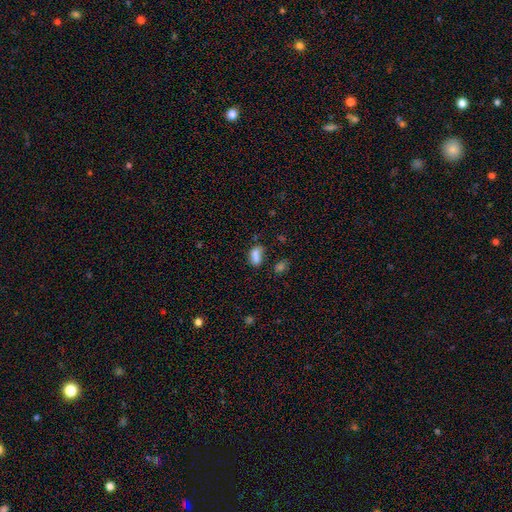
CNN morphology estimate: smooth-or-featured: smooth: 76% | star or artifact: 13% | featured or disk: 12%
  how-rounded: in between: 80% | round: 10% | cigar-shaped: 10%
  merging: none: 45% | minor disturbance: 23% | merger: 21% | major disturbance: 11%